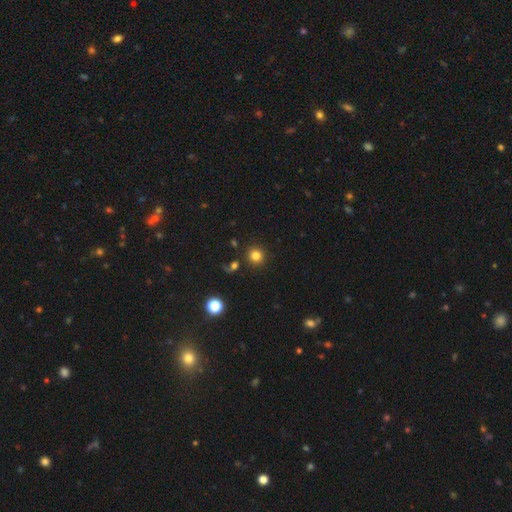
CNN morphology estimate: Smooth or featured? Predicted: smooth (p=0.82). How rounded? Predicted: round (p=0.90). Merging? Predicted: none (p=0.88).